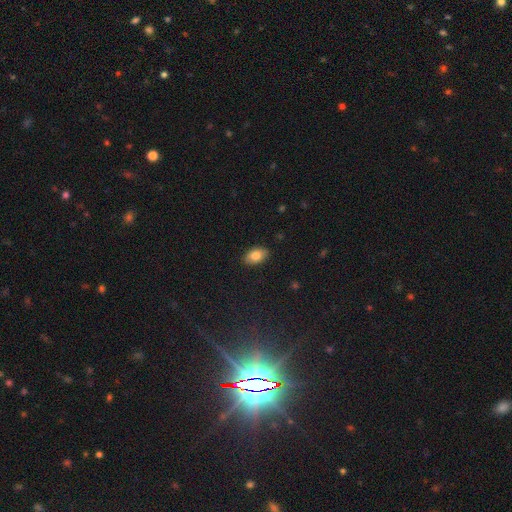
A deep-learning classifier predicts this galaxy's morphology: Smooth or featured: smooth — 82% (featured or disk — 10%)
How rounded: in between — 91% (round — 7%)
Merging: none — 87% (minor disturbance — 10%)